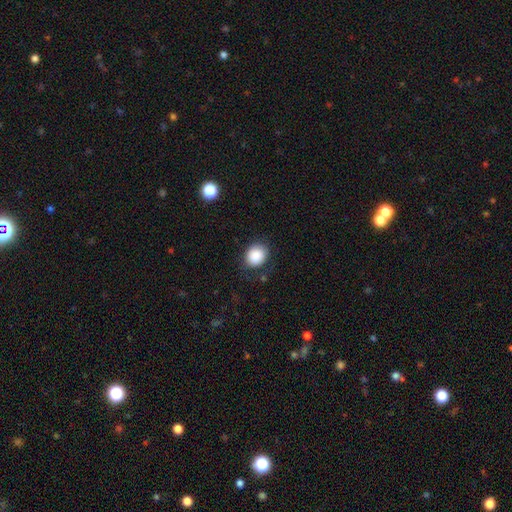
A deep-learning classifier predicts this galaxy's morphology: Overall: smooth (88%). How rounded: round (70%). Merging: none (80%).